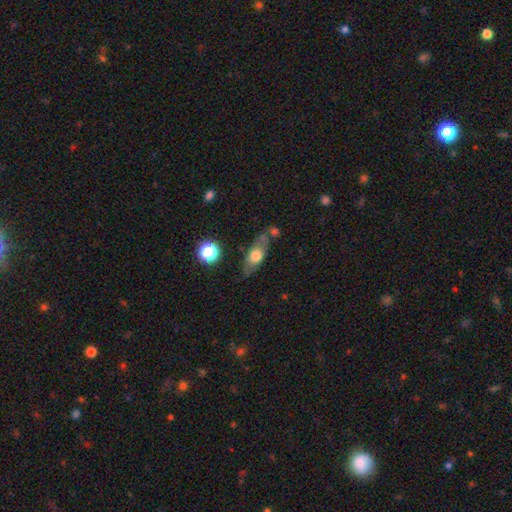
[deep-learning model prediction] Morphology: type=smooth (52%); roundness=in between (59%); merging=none (63%).